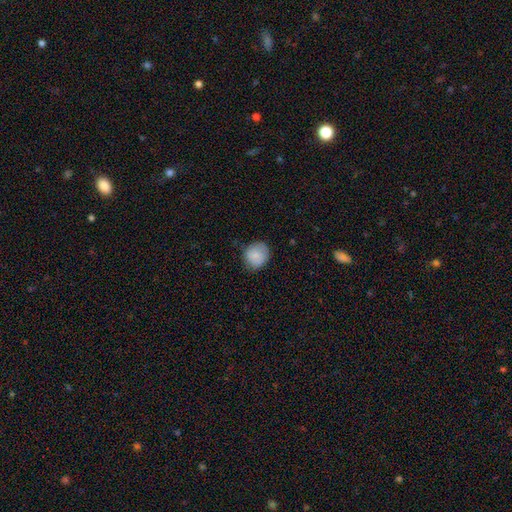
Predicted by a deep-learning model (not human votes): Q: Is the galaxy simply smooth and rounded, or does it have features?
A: smooth — 84%.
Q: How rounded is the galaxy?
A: round — 77%.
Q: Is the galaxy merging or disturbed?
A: none — 73%.